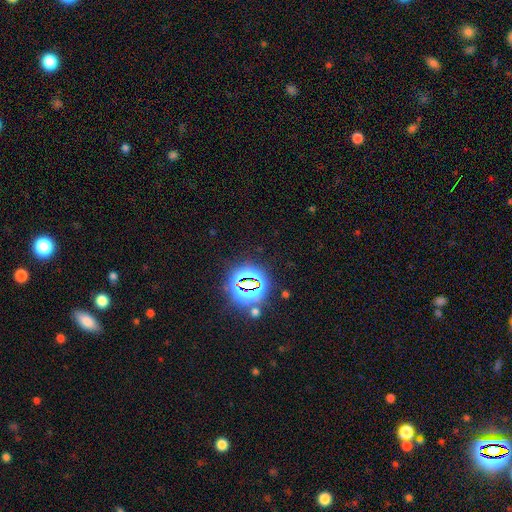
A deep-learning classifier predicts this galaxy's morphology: smooth_or_featured: star or artifact (p=0.82) [alt: smooth p=0.11]